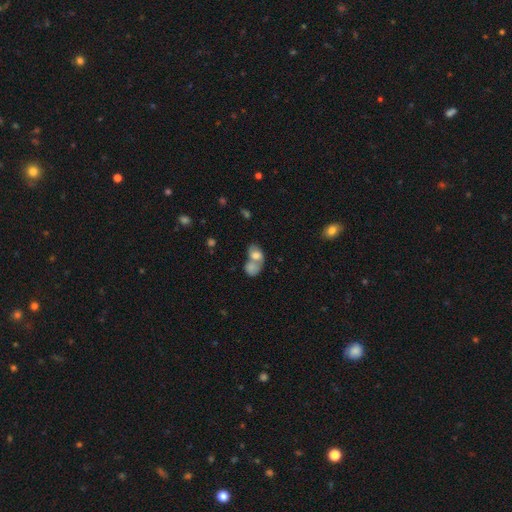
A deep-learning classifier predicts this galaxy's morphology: smooth 69%, featured or disk 22%, star or artifact 9%. Down the decision tree: how rounded — in between (72%); merging — merger (68%).